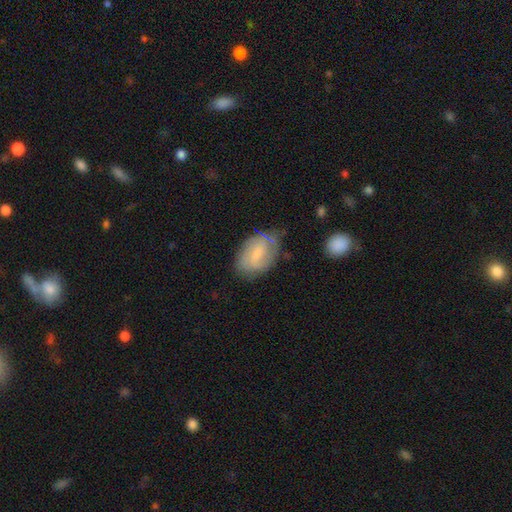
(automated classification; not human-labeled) Overall: smooth (50%; featured or disk 43%). Merging: none (59%; minor disturbance 29%).